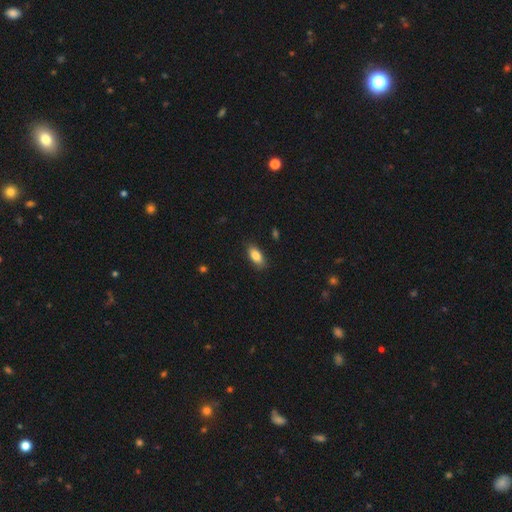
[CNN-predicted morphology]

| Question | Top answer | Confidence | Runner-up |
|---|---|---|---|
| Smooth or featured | smooth | 86% | featured or disk (7%) |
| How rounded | in between | 88% | cigar-shaped (8%) |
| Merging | none | 85% | minor disturbance (11%) |